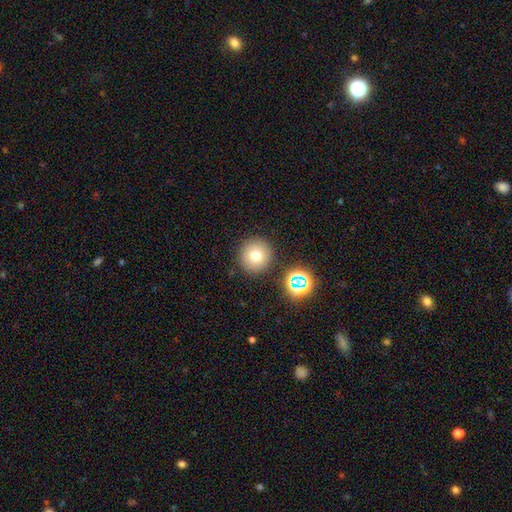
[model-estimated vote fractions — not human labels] smooth_or_featured: smooth (p=0.72) [alt: star or artifact p=0.16]
how_rounded: round (p=0.95) [alt: in between p=0.04]
merging: none (p=0.86) [alt: minor disturbance p=0.07]